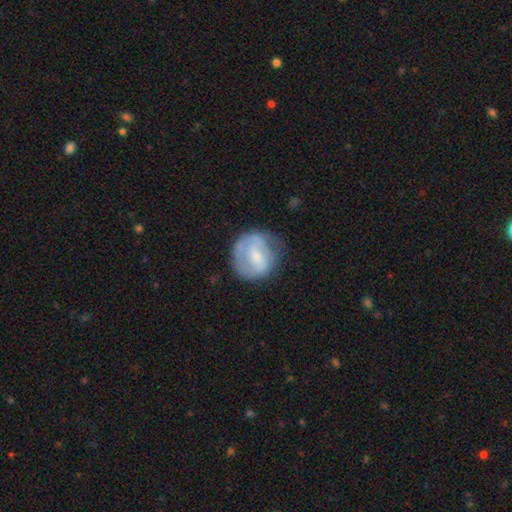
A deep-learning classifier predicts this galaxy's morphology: featured or disk 49%, smooth 44%, star or artifact 7%. Down the decision tree: merging — none (60%).